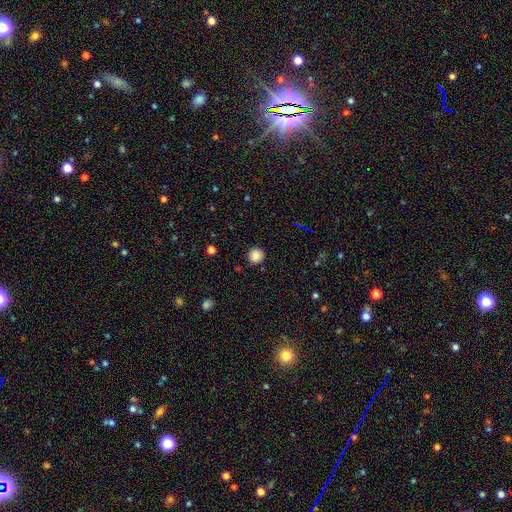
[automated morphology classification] This appears to be a smooth galaxy with no disk features (86%) that is round (93%). Merging: none (90%).